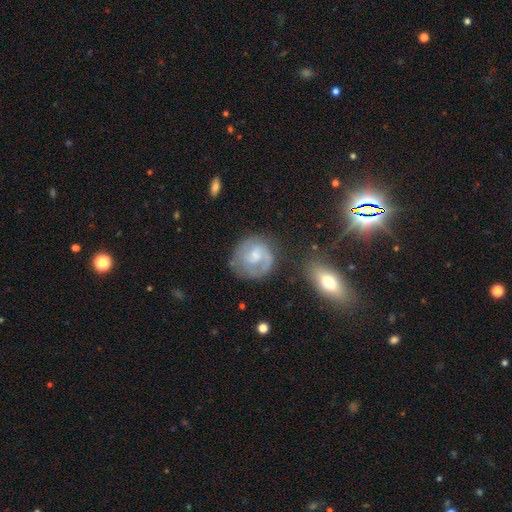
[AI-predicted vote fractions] Overall: featured or disk (66%; smooth 27%). Edge-on disk: no (98%). Bar: no (51%; weak 43%). Spiral arms: yes (86%). Spiral arm count: 2 (52%; 1 22%). Spiral winding: medium (41%, tied with tight). Bulge size: small (43%; moderate 32%). Merging: none (64%).